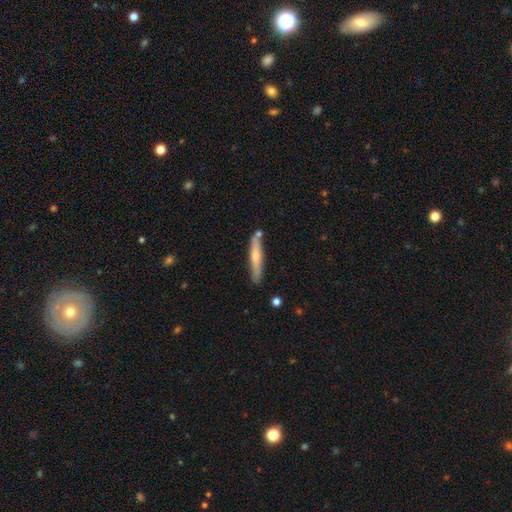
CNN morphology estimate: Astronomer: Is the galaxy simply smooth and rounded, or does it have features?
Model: smooth — 54% (runner-up: featured or disk, 41%).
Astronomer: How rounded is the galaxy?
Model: cigar-shaped — 92%.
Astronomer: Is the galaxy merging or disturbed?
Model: none — 78%.